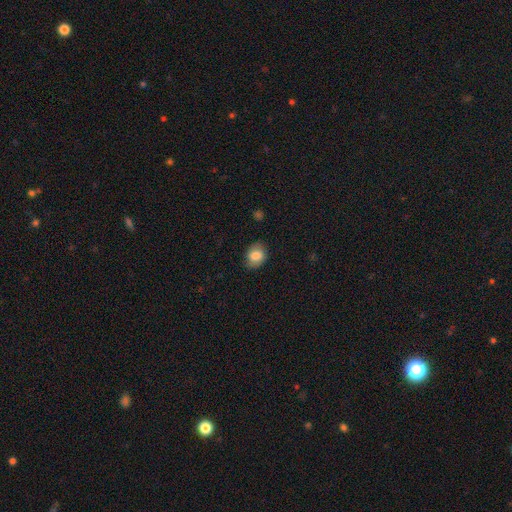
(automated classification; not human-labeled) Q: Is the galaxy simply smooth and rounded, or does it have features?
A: smooth — 81%.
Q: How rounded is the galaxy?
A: in between — 58%.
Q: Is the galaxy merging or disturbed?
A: none — 81%.